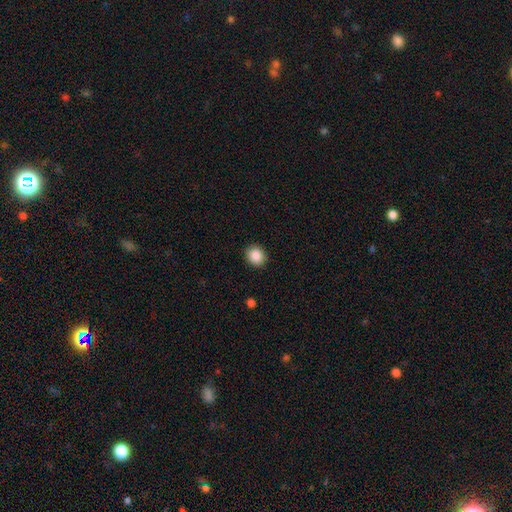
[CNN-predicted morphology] Smooth or featured: smooth — 88% (star or artifact — 8%)
How rounded: round — 71% (in between — 28%)
Merging: none — 91% (minor disturbance — 6%)